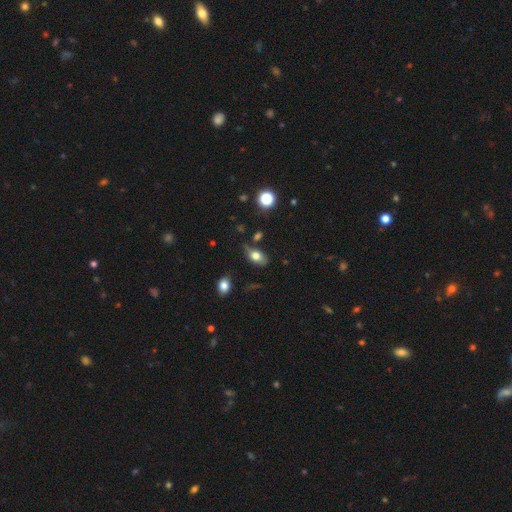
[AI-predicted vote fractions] smooth 71%, featured or disk 20%, star or artifact 10%. Down the decision tree: how rounded — in between (83%); merging — none (58%).